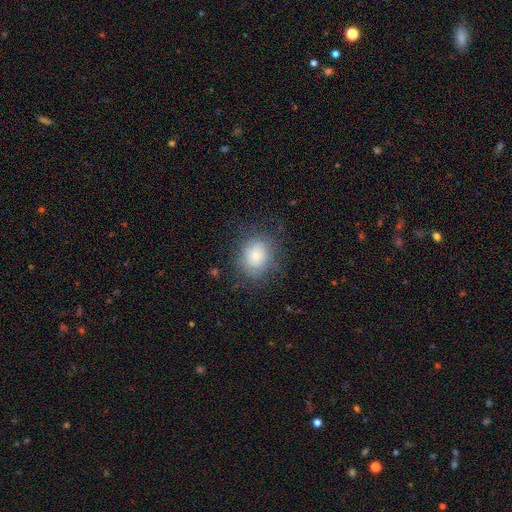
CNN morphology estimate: smooth-or-featured: smooth: 64% | featured or disk: 26% | star or artifact: 10%
  how-rounded: round: 61% | in between: 38% | cigar-shaped: 1%
  merging: none: 68% | minor disturbance: 20% | major disturbance: 12% | merger: 1%